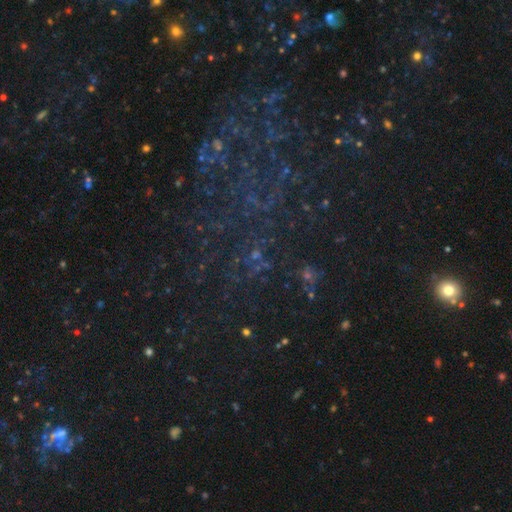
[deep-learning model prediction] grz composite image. It shows a star or artifact, not a galaxy (68%).